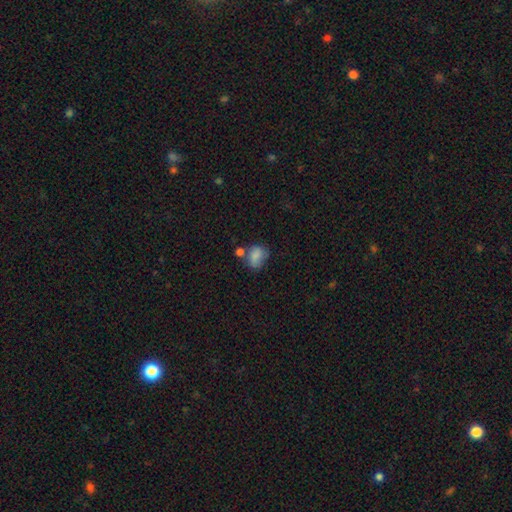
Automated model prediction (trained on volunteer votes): This is likely a smooth galaxy (77%). How rounded: possibly in between (57%). Merging: marginally none (41%).